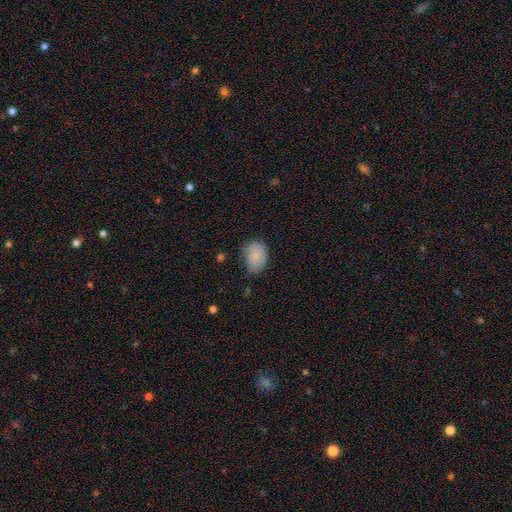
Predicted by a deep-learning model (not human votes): This is clearly a smooth galaxy (82%). How rounded: likely in between (70%). Merging: likely none (60%).